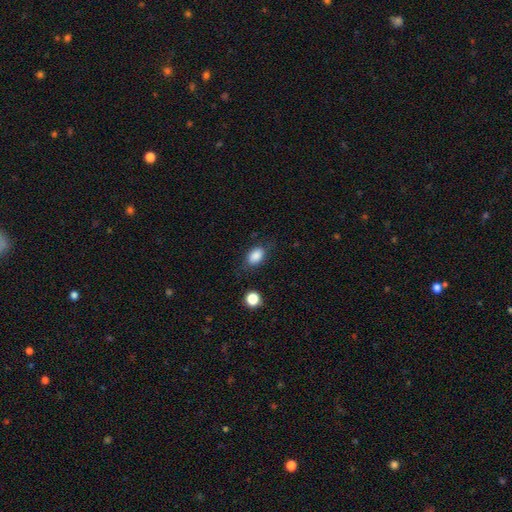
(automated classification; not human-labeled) smooth-or-featured: smooth: 86% | star or artifact: 9% | featured or disk: 5%
  how-rounded: in between: 84% | round: 14% | cigar-shaped: 2%
  merging: none: 76% | minor disturbance: 16% | major disturbance: 5% | merger: 2%